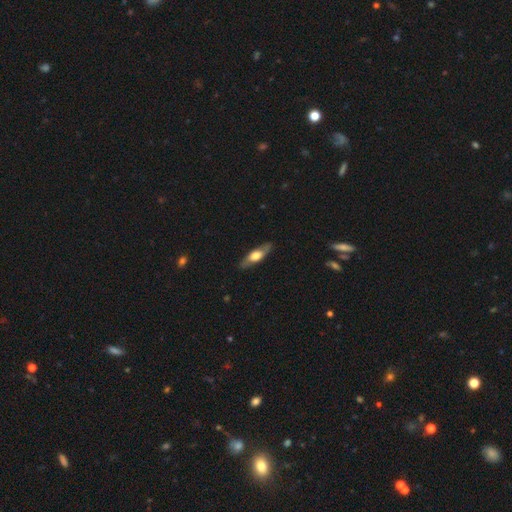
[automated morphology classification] Smooth or featured? featured or disk (53%)
Edge-on disk? yes (62%)
Merging? none (84%)